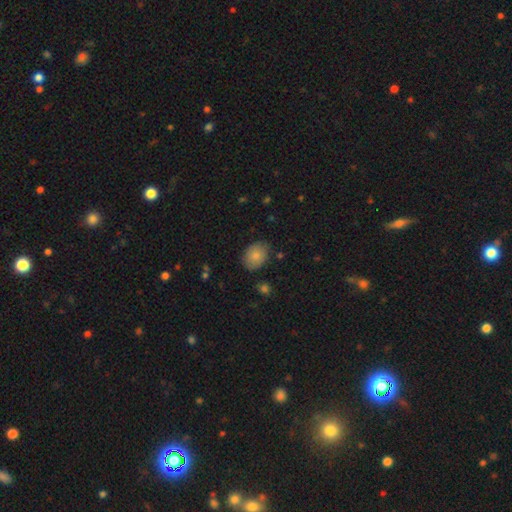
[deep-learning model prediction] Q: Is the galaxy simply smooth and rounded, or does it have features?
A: smooth — 85%.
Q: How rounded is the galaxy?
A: in between — 66%.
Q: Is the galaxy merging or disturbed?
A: none — 79%.